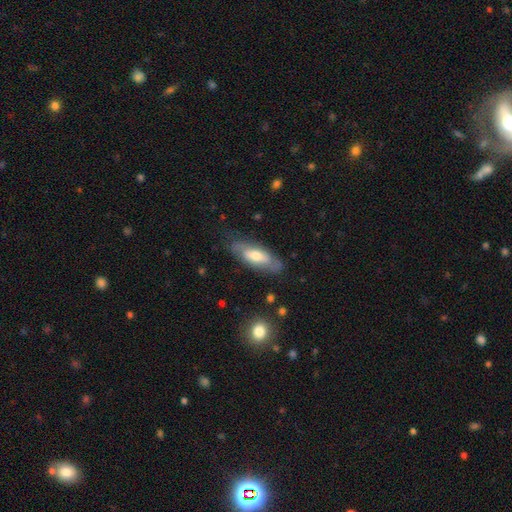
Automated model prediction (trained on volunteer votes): This appears to be a smooth galaxy with no disk features (51%) that is in between round and cigar-shaped (67%). Merging: none (74%).